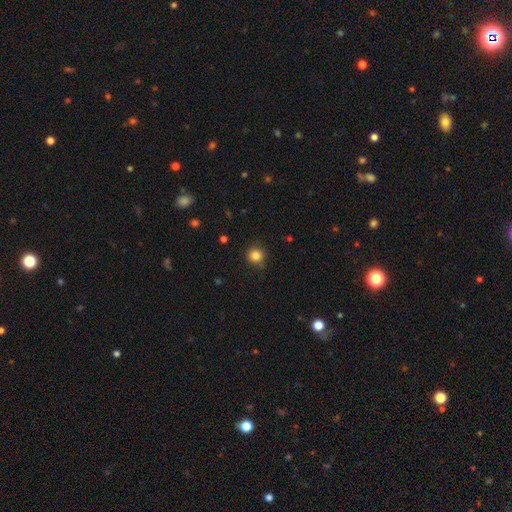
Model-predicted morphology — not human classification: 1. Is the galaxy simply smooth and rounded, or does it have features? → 84% smooth, 12% star or artifact, 5% featured or disk.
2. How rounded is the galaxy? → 92% round, 7% in between, 1% cigar-shaped.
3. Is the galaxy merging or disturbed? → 86% none, 11% minor disturbance, 3% major disturbance, 1% merger.